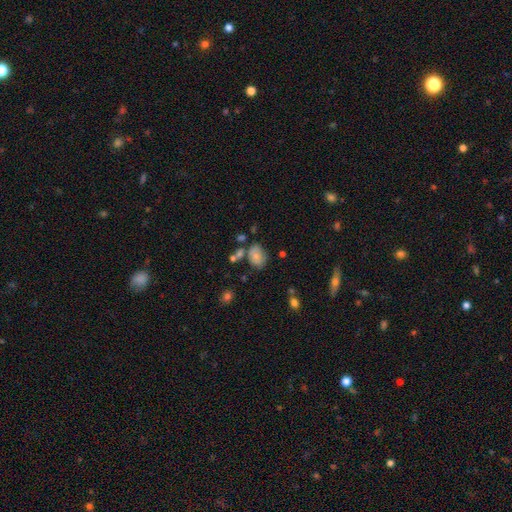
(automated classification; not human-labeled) smooth-or-featured: smooth: 73% | featured or disk: 17% | star or artifact: 10%
  how-rounded: in between: 70% | round: 29% | cigar-shaped: 1%
  merging: none: 51% | minor disturbance: 26% | merger: 14% | major disturbance: 9%